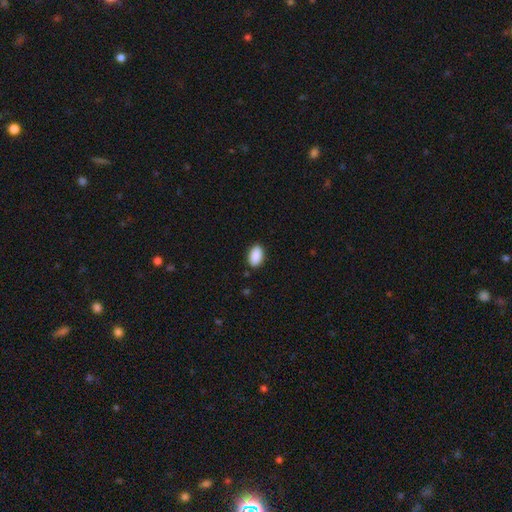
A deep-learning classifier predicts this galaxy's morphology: smooth_or_featured: smooth (p=0.91) [alt: star or artifact p=0.07]
how_rounded: in between (p=0.93) [alt: round p=0.06]
merging: none (p=0.88) [alt: minor disturbance p=0.09]